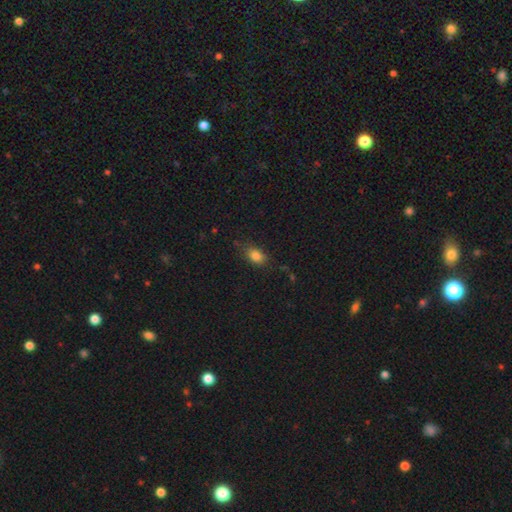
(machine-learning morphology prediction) This appears to be a smooth galaxy with no disk features (82%) that is in between round and cigar-shaped (80%). Merging: none (74%).